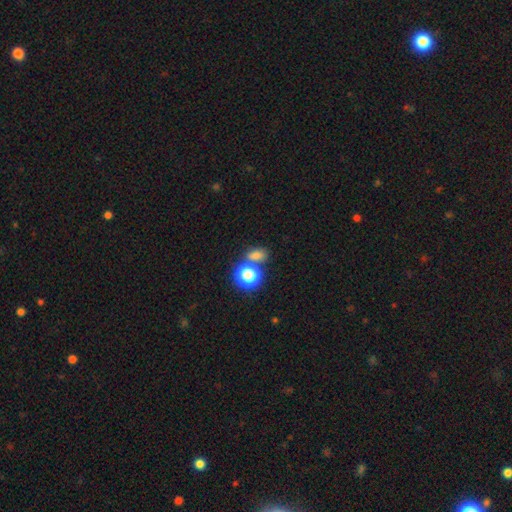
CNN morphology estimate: Overall: smooth (71%). How rounded: in between (58%; round 40%). Merging: none (60%; merger 25%).